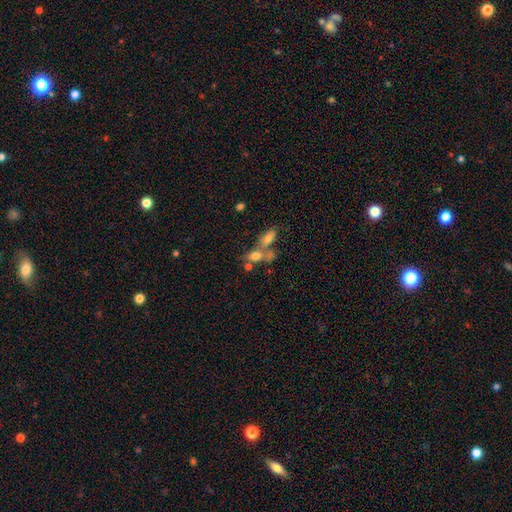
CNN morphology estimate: smooth_or_featured: smooth (p=0.67) [alt: featured or disk p=0.20]
how_rounded: in between (p=0.69) [alt: round p=0.23]
merging: merger (p=0.54) [alt: none p=0.30]